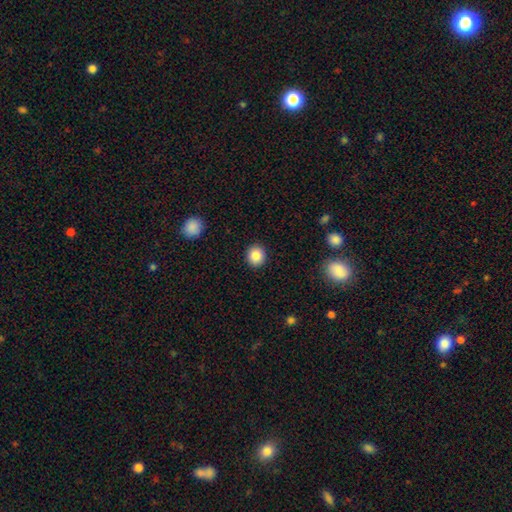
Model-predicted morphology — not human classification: This is clearly a smooth galaxy (86%). How rounded: clearly round (85%). Merging: clearly none (92%).